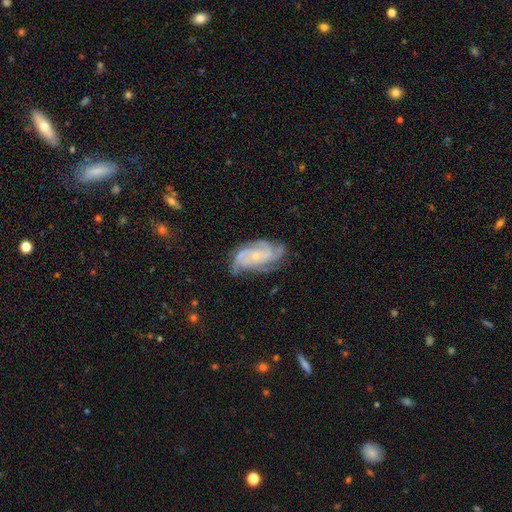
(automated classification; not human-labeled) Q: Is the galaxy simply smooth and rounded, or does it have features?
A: featured or disk — 85%.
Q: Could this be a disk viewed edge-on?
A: no — 97%.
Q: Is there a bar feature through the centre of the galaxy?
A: no — 70%.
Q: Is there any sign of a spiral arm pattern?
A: yes — 97%.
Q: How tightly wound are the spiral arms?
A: tight — 56%.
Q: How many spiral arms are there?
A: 3 — 36%.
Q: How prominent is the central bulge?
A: small — 74%.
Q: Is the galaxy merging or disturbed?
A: none — 70%.